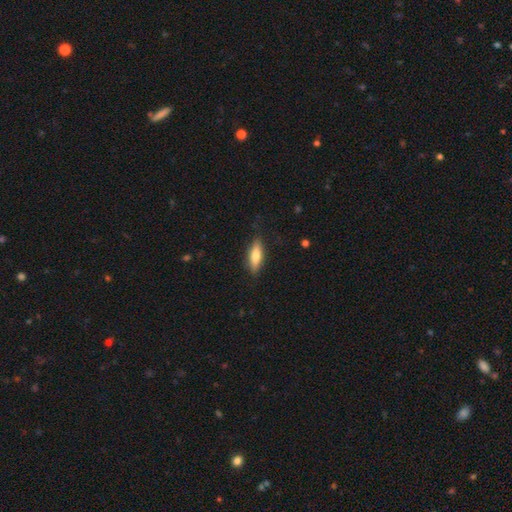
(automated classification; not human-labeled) A smooth galaxy with no disk features (69%) that is cigar-shaped (52%).

Vote fractions:
- Smooth or featured? smooth: 69% / featured or disk: 25% / star or artifact: 6%
- How rounded? cigar-shaped: 52% / in between: 46% / round: 2%
- Merging? none: 84% / minor disturbance: 12% / major disturbance: 3% / merger: 1%